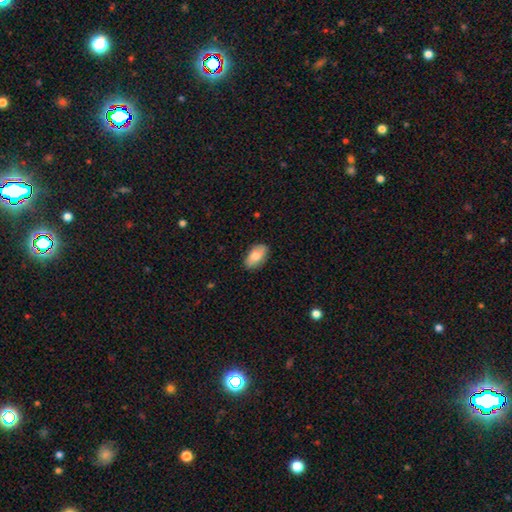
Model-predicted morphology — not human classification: A smooth galaxy with no disk features (78%) that is in between round and cigar-shaped (93%). Merging: none (84%).